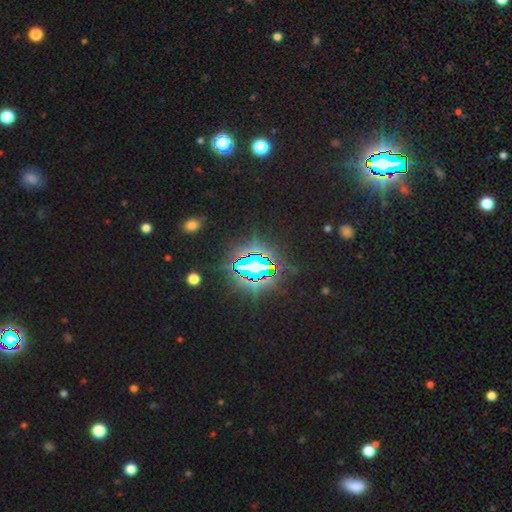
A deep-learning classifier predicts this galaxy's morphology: smooth-or-featured: star or artifact: 82% | smooth: 10% | featured or disk: 7%